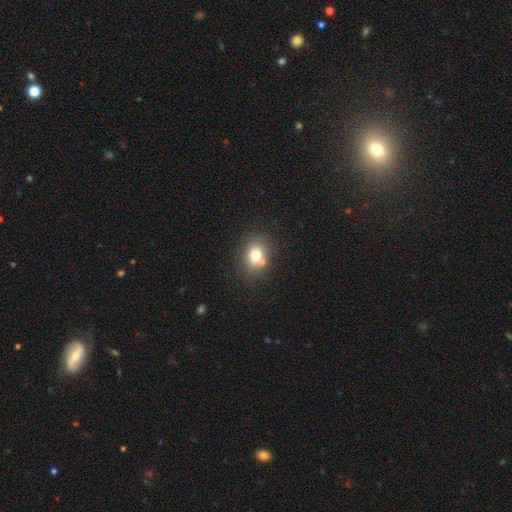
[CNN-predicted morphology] The model was most divided on "how rounded": round: 52%, in between: 47%, cigar-shaped: 1%. More confident: smooth or featured — smooth (75%); merging — none (68%).